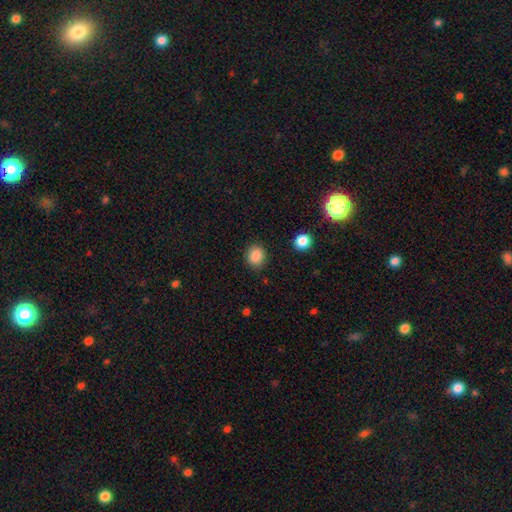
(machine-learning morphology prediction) Smooth or featured?
  - smooth: 87% *
  - star or artifact: 10%
  - featured or disk: 4%
How rounded?
  - round: 67% *
  - in between: 32%
  - cigar-shaped: 1%
Merging?
  - none: 86% *
  - minor disturbance: 9%
  - major disturbance: 3%
  - merger: 2%